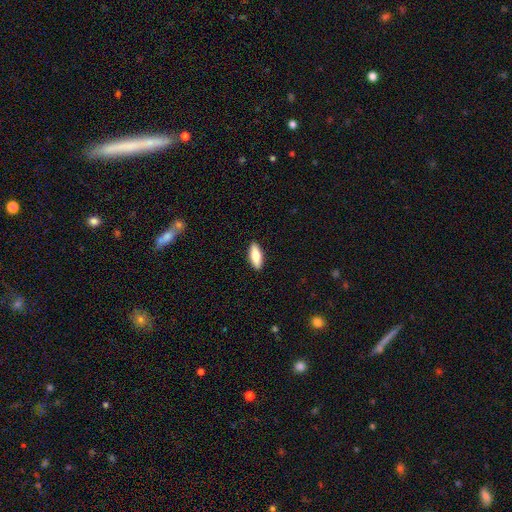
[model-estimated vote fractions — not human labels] Overall: smooth (79%). How rounded: in between (69%). Merging: none (90%).